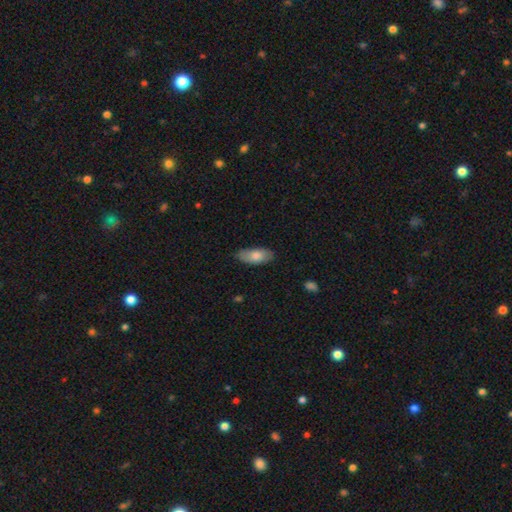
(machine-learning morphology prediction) Overall: smooth (80%). How rounded: in between (86%). Merging: none (79%).